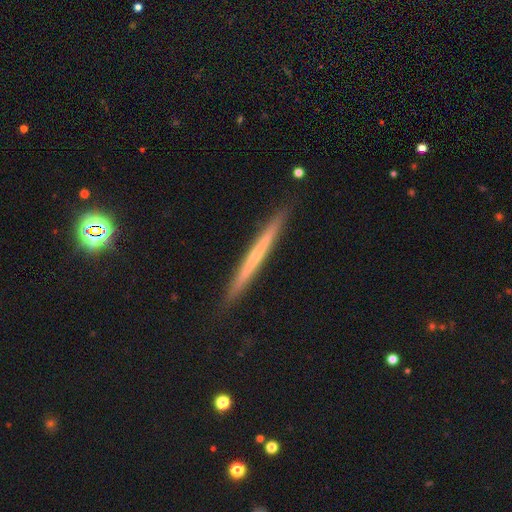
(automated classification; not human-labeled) Smooth or featured? Predicted: featured or disk (p=0.57). Edge-on disk? Predicted: yes (p=0.97). Edge-on bulge? Predicted: none (p=0.80). Merging? Predicted: none (p=0.91).